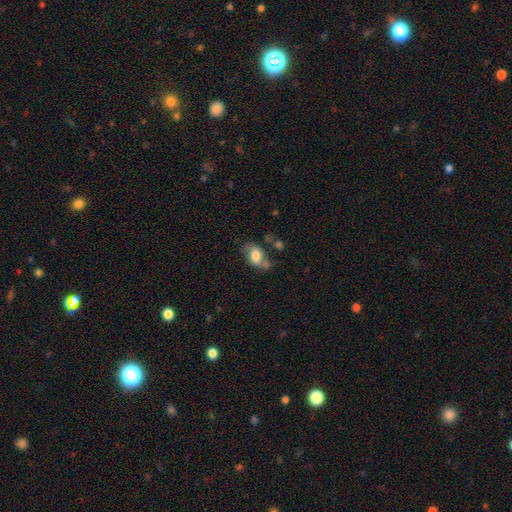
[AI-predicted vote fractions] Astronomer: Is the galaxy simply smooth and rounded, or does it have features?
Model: smooth — 65%.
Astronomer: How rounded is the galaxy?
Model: in between — 86%.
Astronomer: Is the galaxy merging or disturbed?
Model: none — 45% (runner-up: minor disturbance, 27%).